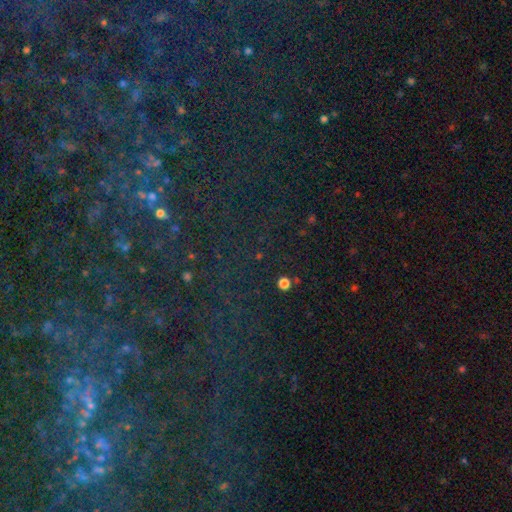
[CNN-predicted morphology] A star or artifact, not a galaxy (80%).